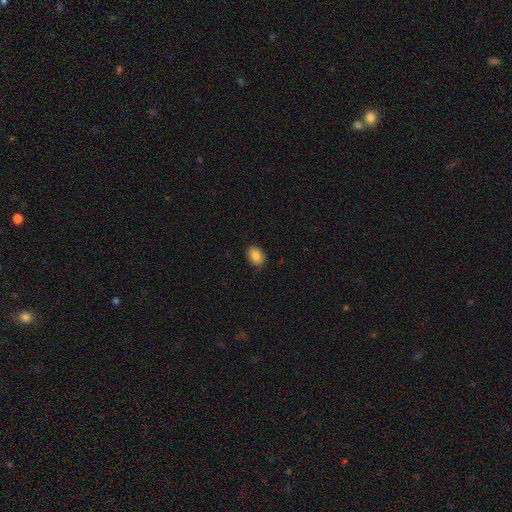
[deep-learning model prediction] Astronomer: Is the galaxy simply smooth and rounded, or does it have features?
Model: smooth — 85%.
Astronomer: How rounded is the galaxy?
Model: in between — 75%.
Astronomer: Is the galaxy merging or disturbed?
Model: none — 86%.